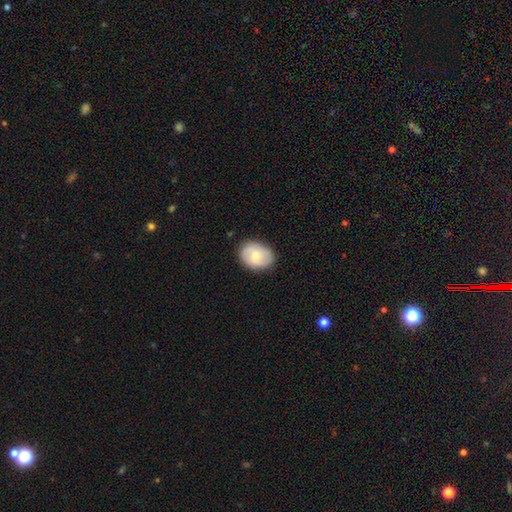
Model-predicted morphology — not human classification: The model was most divided on "smooth or featured": smooth: 58%, featured or disk: 35%, star or artifact: 7%. More confident: merging — none (82%); how rounded — in between (62%).